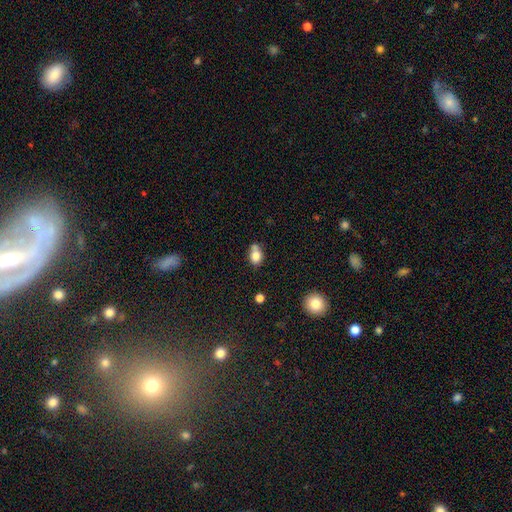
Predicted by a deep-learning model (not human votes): smooth-or-featured: smooth: 80% | star or artifact: 10% | featured or disk: 10%
  how-rounded: in between: 62% | round: 36% | cigar-shaped: 1%
  merging: none: 48% | merger: 24% | minor disturbance: 22% | major disturbance: 6%